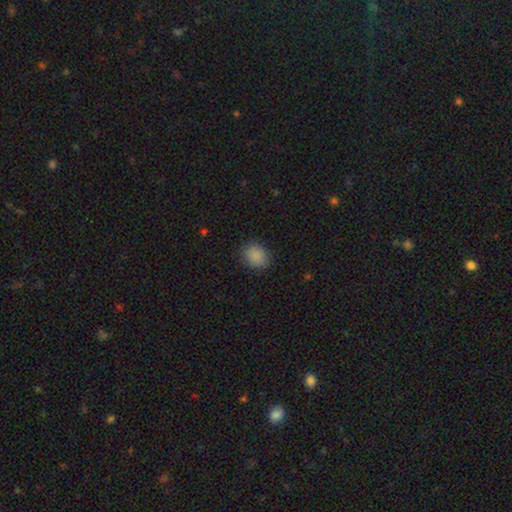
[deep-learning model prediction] A smooth galaxy with no disk features (87%) that is round (62%). Merging: none (85%).